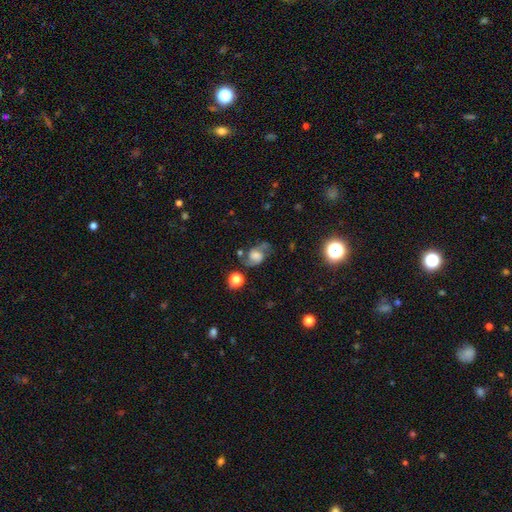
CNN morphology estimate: Smooth or featured? featured or disk (60%)
Edge-on disk? no (96%)
Bar? no (51%)
Spiral arms? yes (88%)
Spiral winding? medium (45%)
Spiral arm count? 2 (88%)
Bulge size? large (29%)
Merging? none (58%)